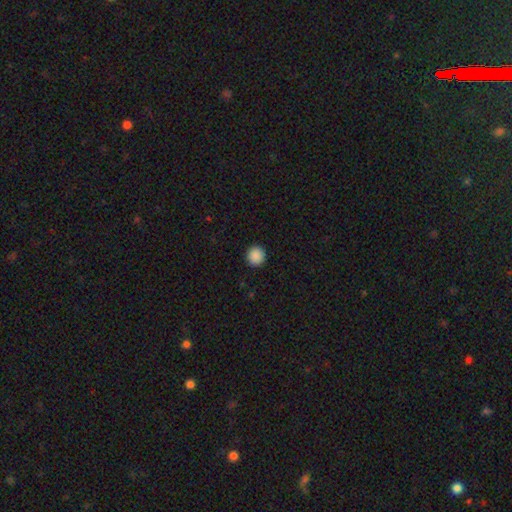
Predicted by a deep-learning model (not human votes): Smooth or featured? Predicted: smooth (p=0.89). How rounded? Predicted: round (p=0.94). Merging? Predicted: none (p=0.93).